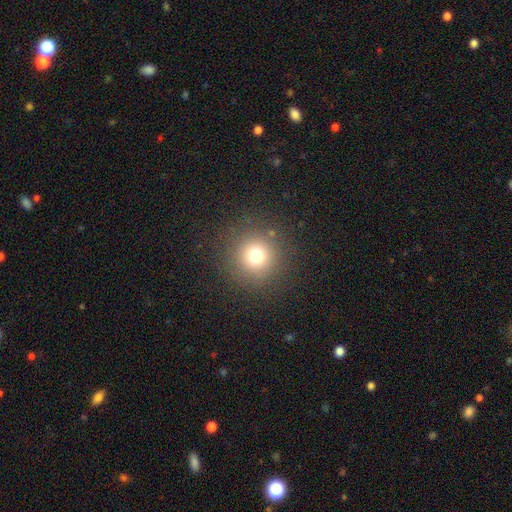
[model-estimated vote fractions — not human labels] Smooth or featured? Predicted: smooth (p=0.73). How rounded? Predicted: round (p=0.95). Merging? Predicted: none (p=0.88).